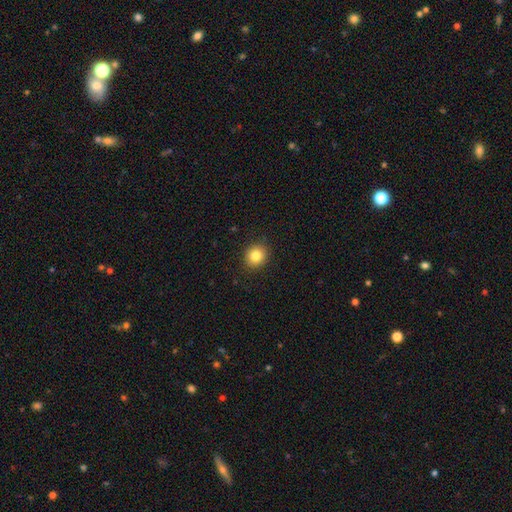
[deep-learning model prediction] Smooth or featured: smooth — 83% (star or artifact — 10%)
How rounded: round — 83% (in between — 16%)
Merging: none — 91% (minor disturbance — 6%)